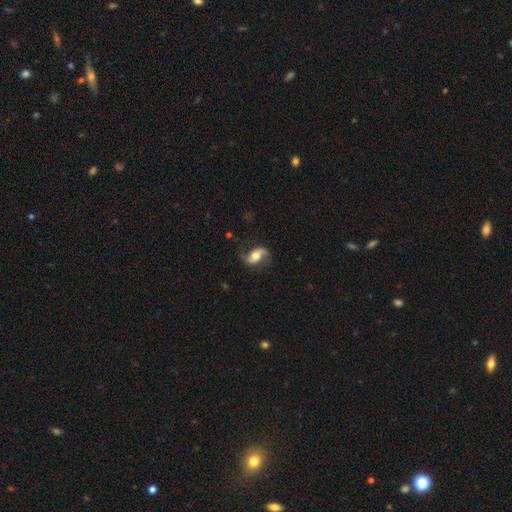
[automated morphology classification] type=featured or disk (79%); edge-on=no (95%); bar=no (46%); spiral arms=yes (93%); winding=loose (65%); arm count=2 (92%); bulge=moderate (60%); merging=none (74%).